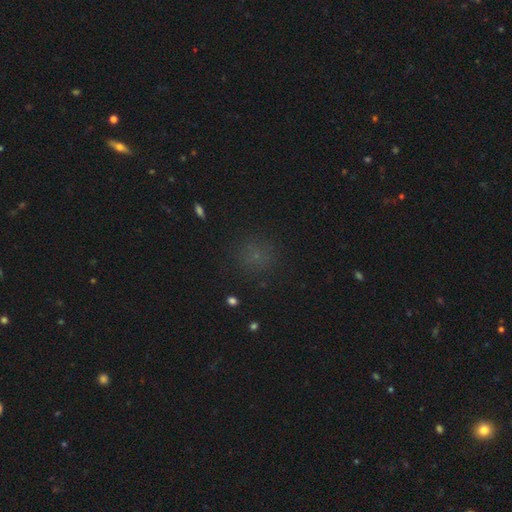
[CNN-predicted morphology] smooth-or-featured: smooth: 62% | star or artifact: 31% | featured or disk: 7%
  how-rounded: round: 89% | in between: 10% | cigar-shaped: 1%
  merging: none: 85% | minor disturbance: 9% | major disturbance: 4% | merger: 1%